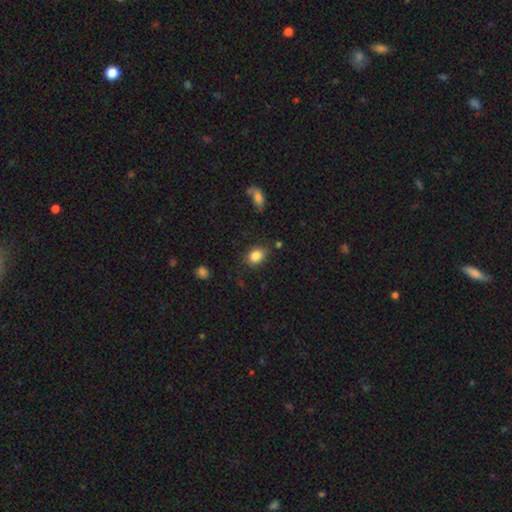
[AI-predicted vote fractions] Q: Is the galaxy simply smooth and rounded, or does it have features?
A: smooth — 85%.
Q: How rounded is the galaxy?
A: in between — 68%.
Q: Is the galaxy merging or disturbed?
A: none — 78%.